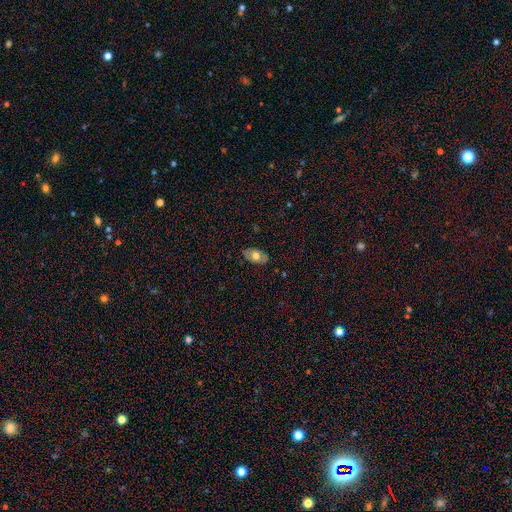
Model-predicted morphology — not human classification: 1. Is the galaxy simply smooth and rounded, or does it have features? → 61% smooth, 32% featured or disk, 6% star or artifact.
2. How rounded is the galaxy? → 92% in between, 6% round, 2% cigar-shaped.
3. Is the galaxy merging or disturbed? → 83% none, 14% minor disturbance, 3% major disturbance, 1% merger.